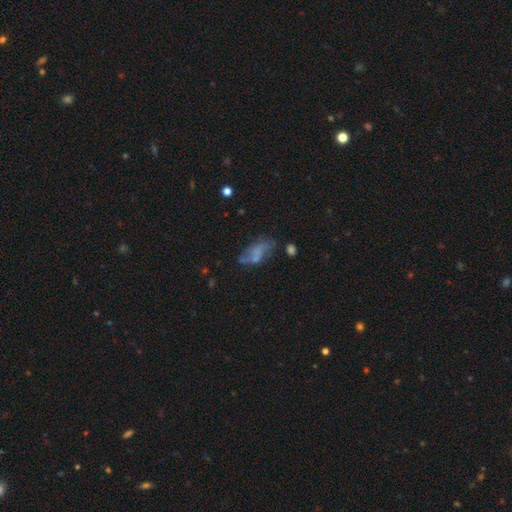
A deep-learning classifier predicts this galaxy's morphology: smooth-or-featured: smooth: 45% | featured or disk: 39% | star or artifact: 16%
  merging: none: 47% | minor disturbance: 24% | major disturbance: 19% | merger: 11%